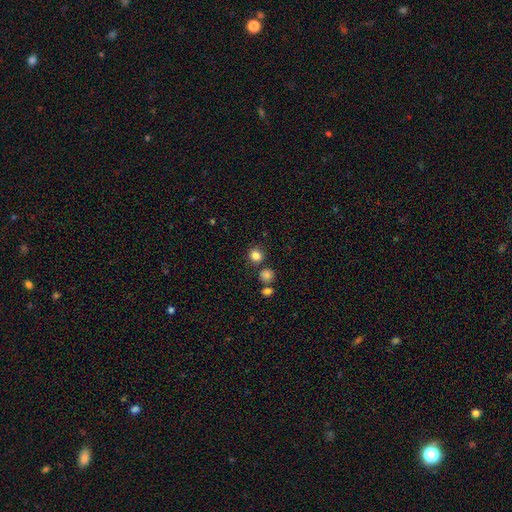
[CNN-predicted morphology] A smooth galaxy with no disk features (83%) that is round (87%).

Vote fractions:
- Smooth or featured? smooth: 83% / star or artifact: 12% / featured or disk: 5%
- How rounded? round: 87% / in between: 12% / cigar-shaped: 1%
- Merging? none: 80% / minor disturbance: 9% / merger: 8% / major disturbance: 3%